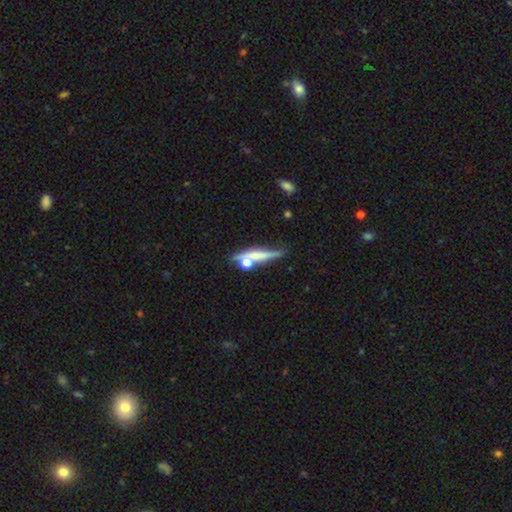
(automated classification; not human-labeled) smooth-or-featured: smooth: 48% | featured or disk: 42% | star or artifact: 10%
  merging: none: 52% | merger: 23% | minor disturbance: 17% | major disturbance: 9%